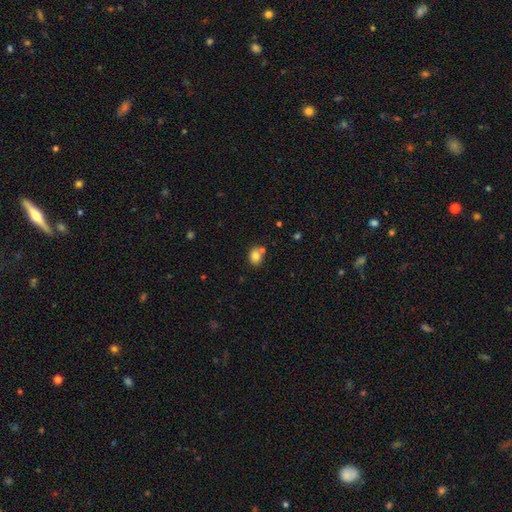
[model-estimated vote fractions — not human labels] Smooth or featured? smooth (82%)
How rounded? in between (53%)
Merging? none (60%)